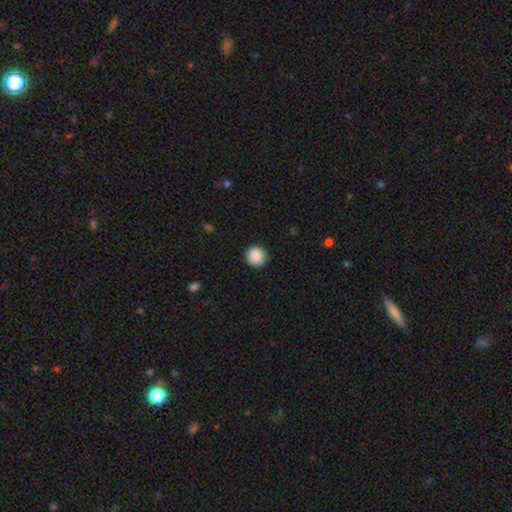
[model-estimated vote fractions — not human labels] The model was most divided on "smooth or featured": smooth: 89%, star or artifact: 8%, featured or disk: 2%. More confident: how rounded — round (95%); merging — none (92%).